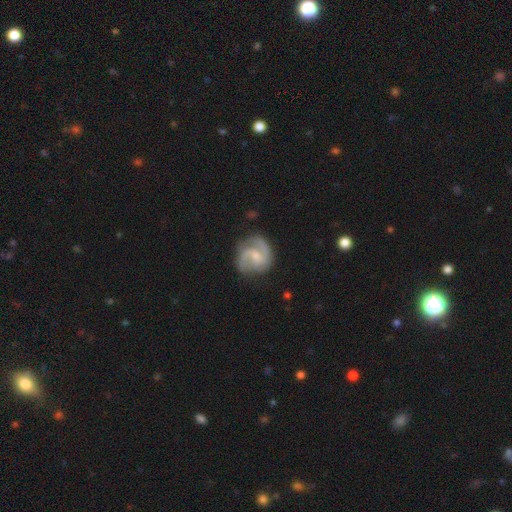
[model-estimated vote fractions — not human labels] Smooth or featured?
  - featured or disk: 86% *
  - smooth: 10%
  - star or artifact: 4%
Edge-on disk?
  - no: 98% *
  - yes: 2%
Bar?
  - weak: 49% *
  - no: 43%
  - strong: 8%
Spiral arms?
  - yes: 97% *
  - no: 3%
Spiral winding?
  - medium: 55% *
  - tight: 27%
  - loose: 18%
Spiral arm count?
  - 2: 83% *
  - 3: 6%
  - can't tell: 5%
  - 1: 3%
  - 4: 1%
  - more than 4: 1%
Bulge size?
  - small: 51% *
  - moderate: 38%
  - none: 8%
  - large: 2%
  - dominant: 1%
Merging?
  - none: 74% *
  - minor disturbance: 18%
  - major disturbance: 7%
  - merger: 2%